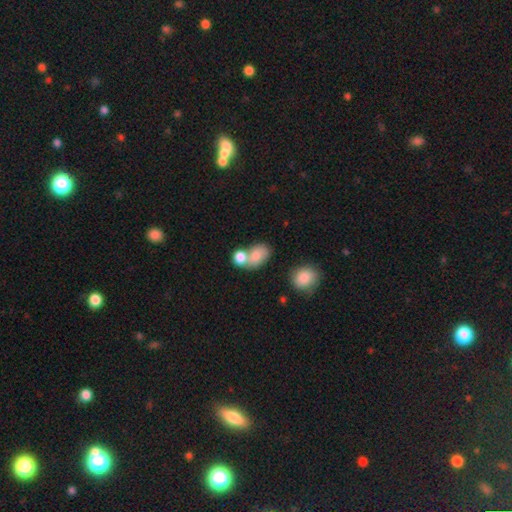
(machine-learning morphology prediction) Smooth or featured? Predicted: smooth (p=0.79). How rounded? Predicted: in between (p=0.75). Merging? Predicted: merger (p=0.53).